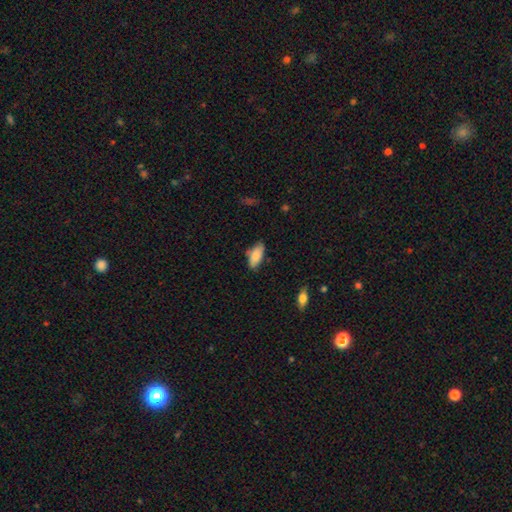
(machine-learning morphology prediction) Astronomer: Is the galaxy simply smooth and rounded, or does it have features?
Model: smooth — 84%.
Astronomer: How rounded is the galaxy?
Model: in between — 86%.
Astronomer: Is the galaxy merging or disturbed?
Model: none — 70%.